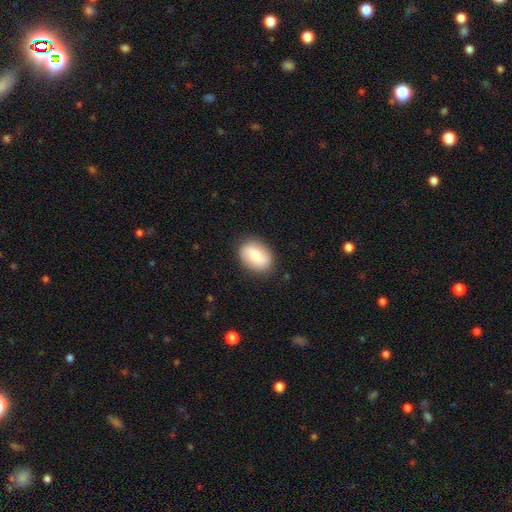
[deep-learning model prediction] Smooth or featured? Predicted: smooth (p=0.70). How rounded? Predicted: in between (p=0.75). Merging? Predicted: none (p=0.85).